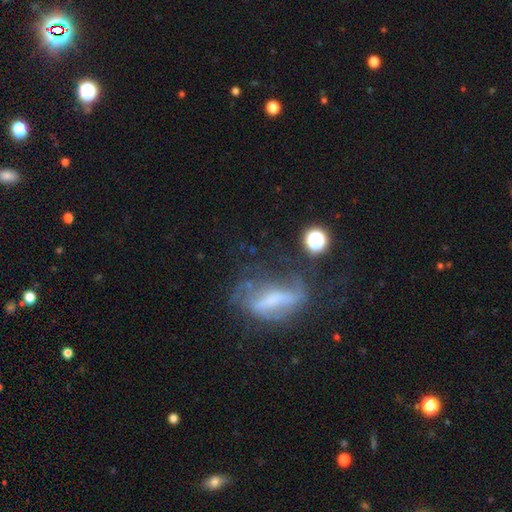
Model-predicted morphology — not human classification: A featured or disk galaxy (48%). Merging: none (43%).